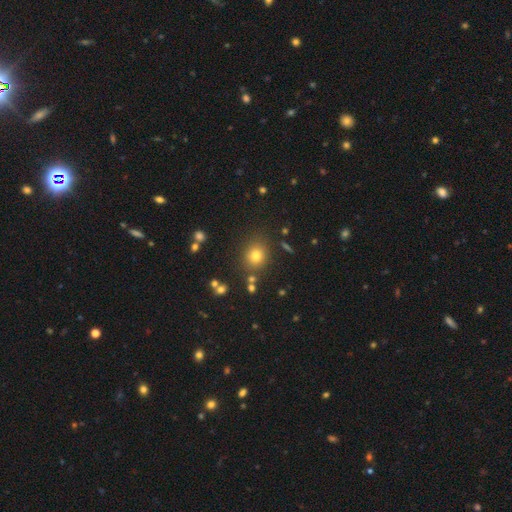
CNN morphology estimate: A smooth galaxy with no disk features (76%) that is round (75%).

Vote fractions:
- Smooth or featured? smooth: 76% / star or artifact: 16% / featured or disk: 8%
- How rounded? round: 75% / in between: 24% / cigar-shaped: 1%
- Merging? none: 82% / minor disturbance: 10% / merger: 5% / major disturbance: 4%